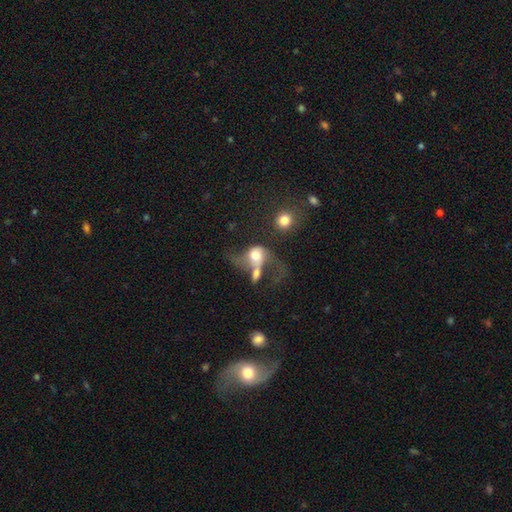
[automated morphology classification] Q: Smooth or featured?
A: smooth (47%); runner-up: featured or disk (43%)
Q: Merging?
A: merger (48%); runner-up: major disturbance (30%)